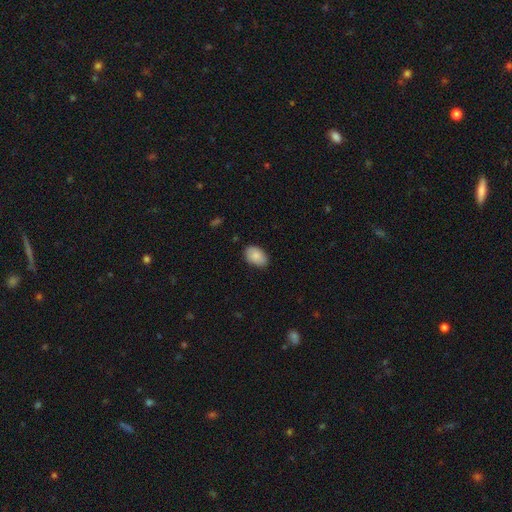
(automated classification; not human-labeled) Smooth or featured? Predicted: smooth (p=0.87). How rounded? Predicted: in between (p=0.90). Merging? Predicted: none (p=0.82).